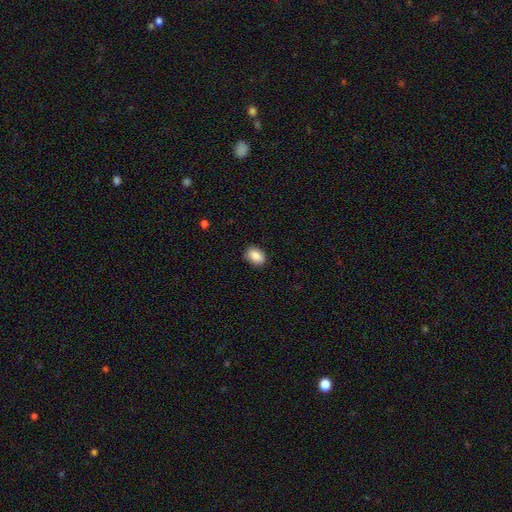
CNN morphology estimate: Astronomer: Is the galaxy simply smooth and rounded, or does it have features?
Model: smooth — 87%.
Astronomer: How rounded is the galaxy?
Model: in between — 80%.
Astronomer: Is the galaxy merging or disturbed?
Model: none — 87%.